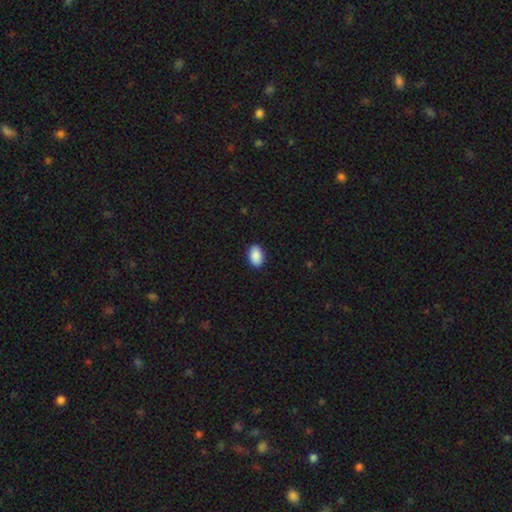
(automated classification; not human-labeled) This appears to be a smooth galaxy with no disk features (90%) that is in between round and cigar-shaped (90%). Merging: none (90%).